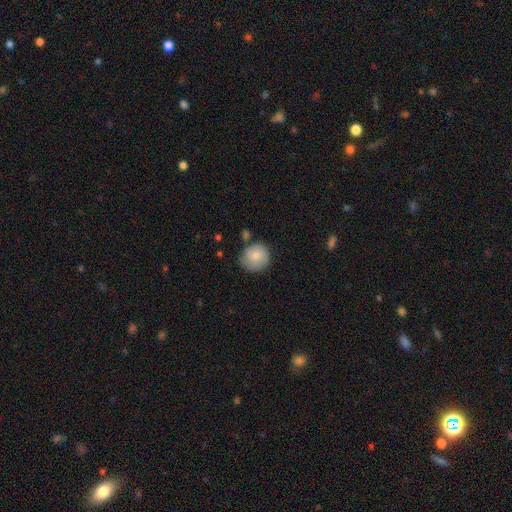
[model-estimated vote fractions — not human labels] Smooth or featured? smooth (78%)
How rounded? round (86%)
Merging? none (66%)